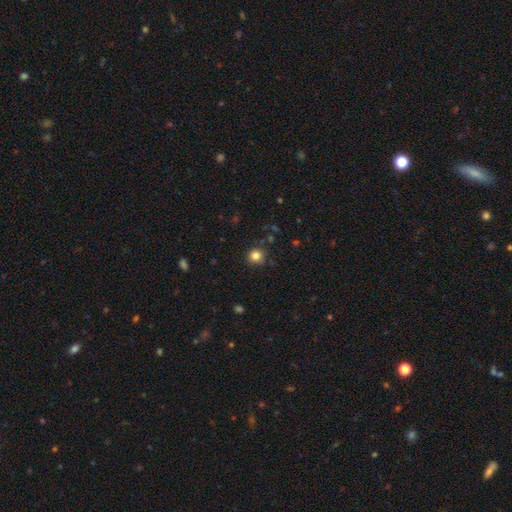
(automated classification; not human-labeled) Morphology: type=smooth (82%); roundness=round (92%); merging=none (87%).